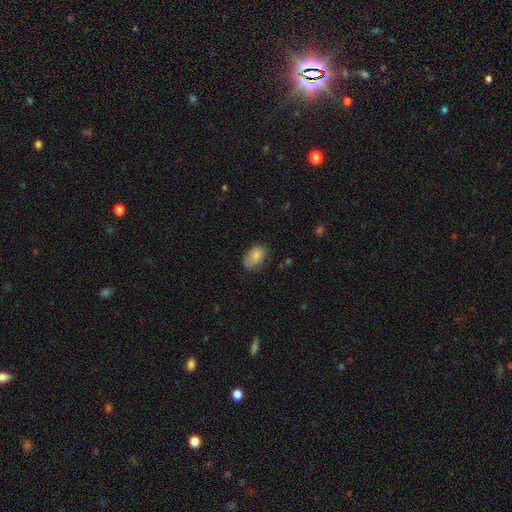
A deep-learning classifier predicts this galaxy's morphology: smooth_or_featured: smooth (p=0.84) [alt: featured or disk p=0.08]
how_rounded: in between (p=0.87) [alt: round p=0.11]
merging: none (p=0.59) [alt: minor disturbance p=0.30]